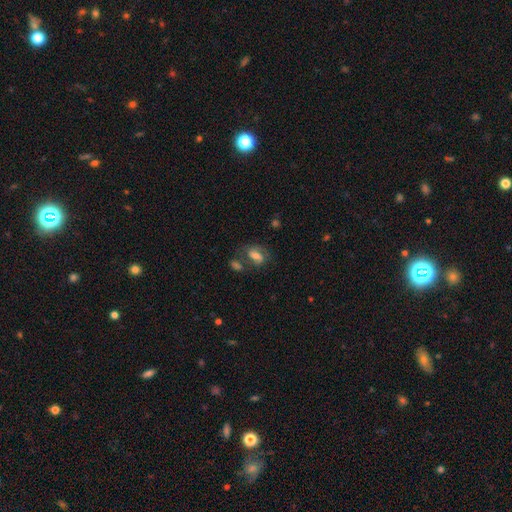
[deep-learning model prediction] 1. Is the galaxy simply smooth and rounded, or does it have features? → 47% smooth, 43% featured or disk, 11% star or artifact.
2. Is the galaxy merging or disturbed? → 48% none, 20% minor disturbance, 19% merger, 13% major disturbance.